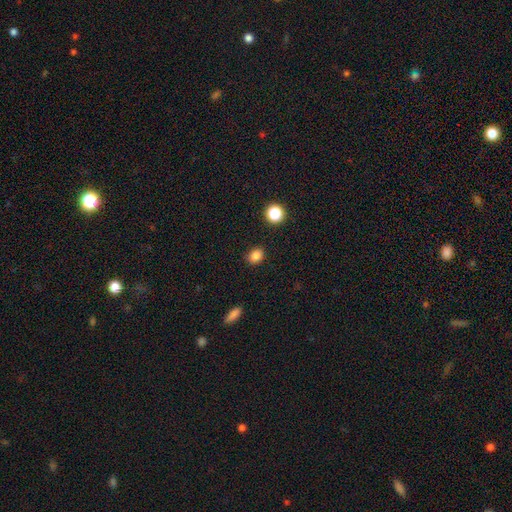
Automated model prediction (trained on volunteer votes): Q: Smooth or featured?
A: smooth (83%); runner-up: star or artifact (12%)
Q: How rounded?
A: round (51%); runner-up: in between (48%)
Q: Merging?
A: none (88%); runner-up: minor disturbance (8%)